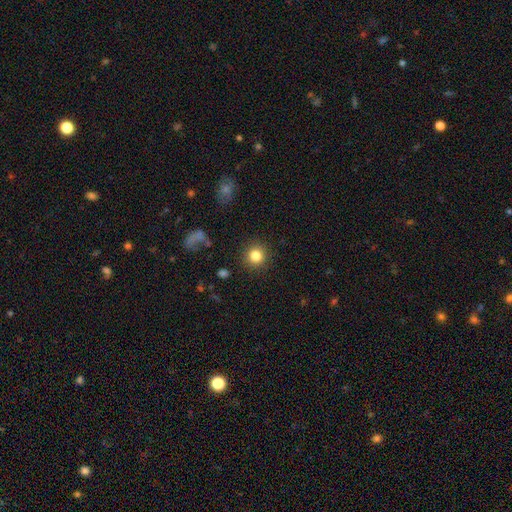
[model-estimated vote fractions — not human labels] A smooth galaxy with no disk features (83%) that is round (93%). Merging: none (90%).